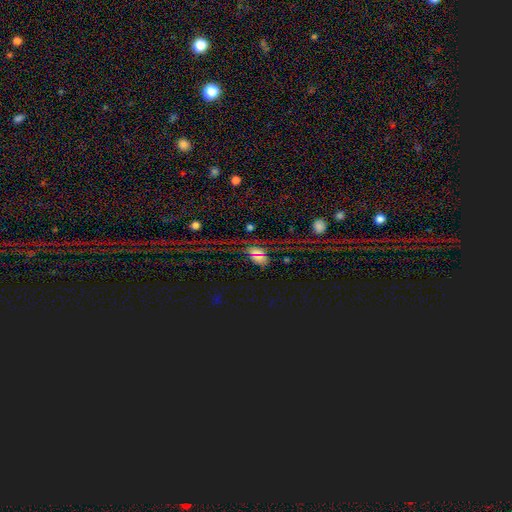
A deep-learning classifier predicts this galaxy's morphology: star or artifact 57%, smooth 27%, featured or disk 16%.